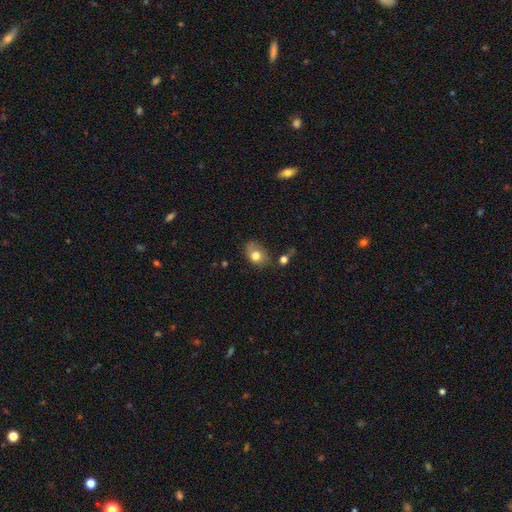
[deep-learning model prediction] smooth_or_featured: smooth (p=0.75) [alt: featured or disk p=0.17]
how_rounded: in between (p=0.72) [alt: round p=0.27]
merging: none (p=0.51) [alt: minor disturbance p=0.29]